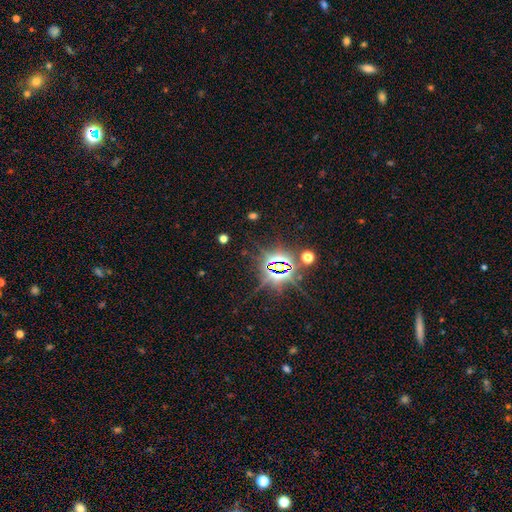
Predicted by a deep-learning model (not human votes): Smooth or featured: star or artifact — 85% (smooth — 8%)